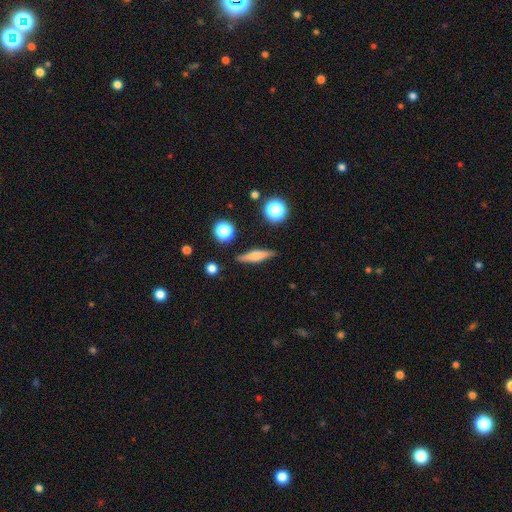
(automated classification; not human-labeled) Smooth or featured?
  - smooth: 53% *
  - featured or disk: 39%
  - star or artifact: 8%
How rounded?
  - cigar-shaped: 79% *
  - in between: 15%
  - round: 5%
Merging?
  - none: 88% *
  - minor disturbance: 8%
  - major disturbance: 2%
  - merger: 2%